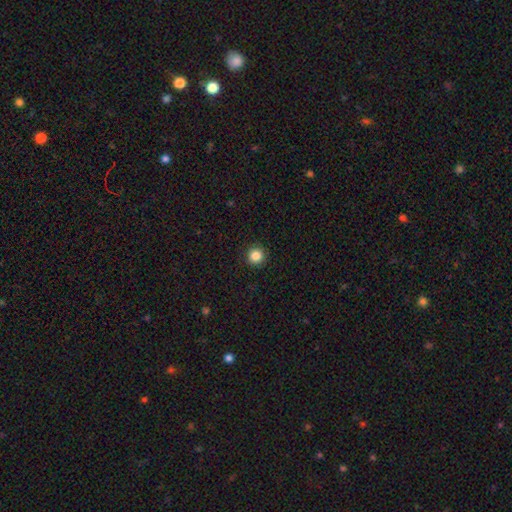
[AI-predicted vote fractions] smooth-or-featured: smooth: 86% | star or artifact: 11% | featured or disk: 4%
  how-rounded: round: 96% | in between: 3% | cigar-shaped: 1%
  merging: none: 93% | minor disturbance: 4% | major disturbance: 2% | merger: 1%